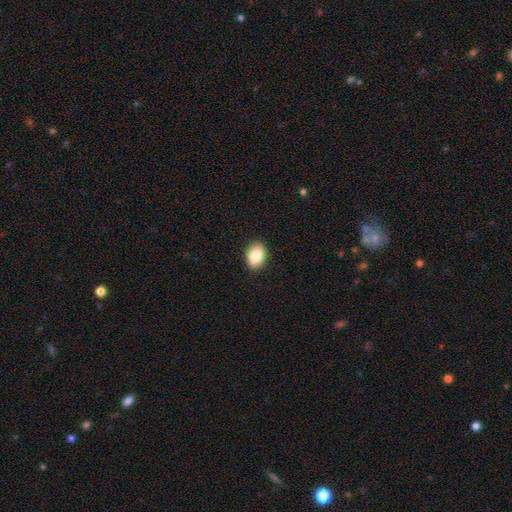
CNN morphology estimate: The model was most divided on "how rounded": in between: 81%, round: 18%, cigar-shaped: 1%. More confident: merging — none (90%); smooth or featured — smooth (86%).